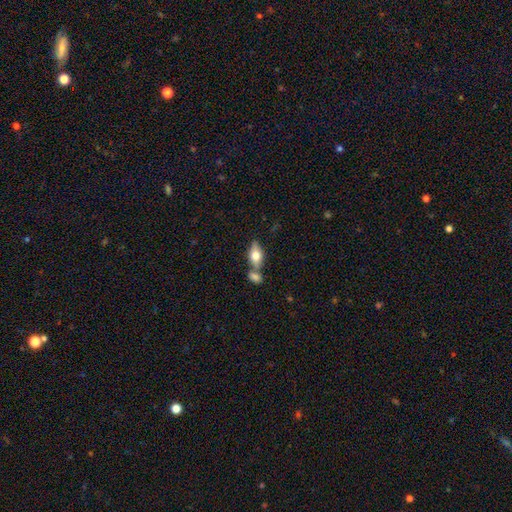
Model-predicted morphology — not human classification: The model was most divided on "merging": none: 48%, merger: 38%, minor disturbance: 11%, major disturbance: 4%. More confident: how rounded — in between (82%); smooth or featured — smooth (62%).